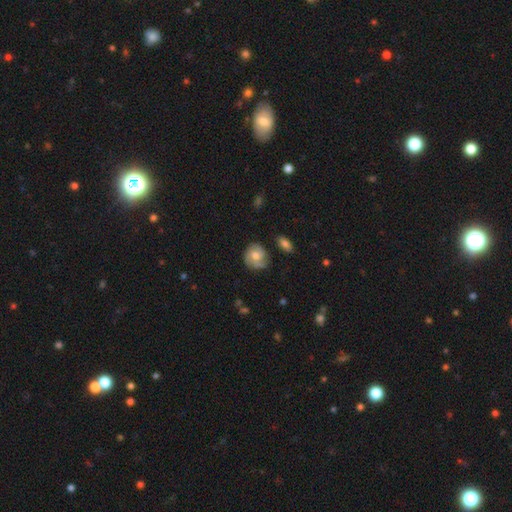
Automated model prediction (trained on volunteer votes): Morphology: type=featured or disk (56%); edge-on=no (97%); bar=no (73%); spiral arms=yes (85%); bulge=moderate (69%); merging=none (65%).